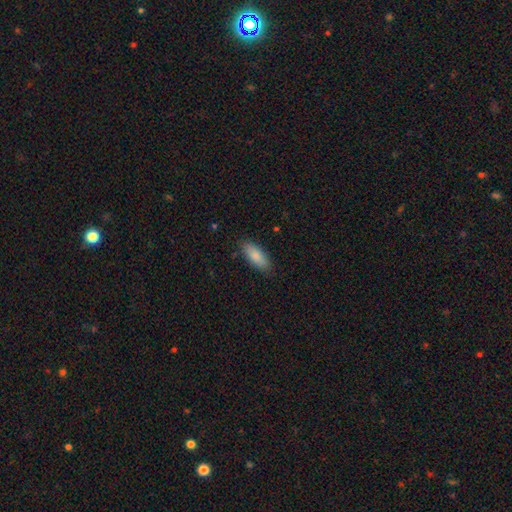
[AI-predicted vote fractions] smooth-or-featured: smooth: 86% | featured or disk: 8% | star or artifact: 6%
  how-rounded: in between: 76% | cigar-shaped: 23% | round: 2%
  merging: none: 85% | minor disturbance: 11% | major disturbance: 2% | merger: 1%